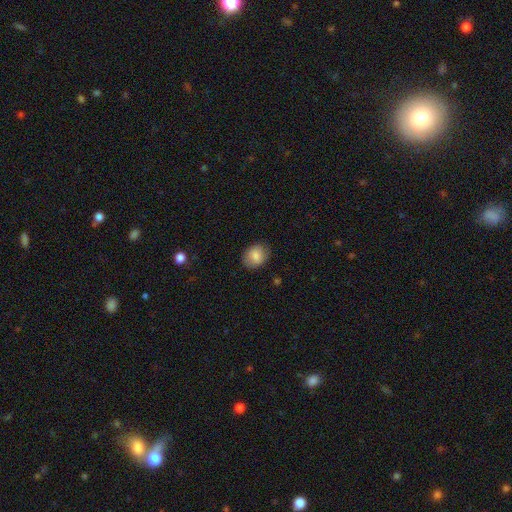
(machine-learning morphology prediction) Q: Smooth or featured?
A: smooth (84%); runner-up: featured or disk (9%)
Q: How rounded?
A: in between (56%); runner-up: round (43%)
Q: Merging?
A: none (82%); runner-up: minor disturbance (14%)